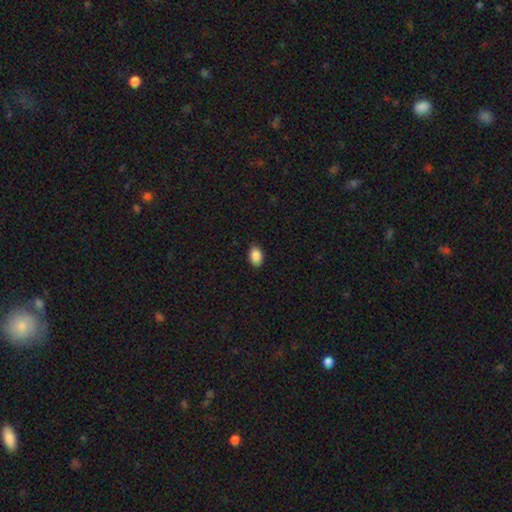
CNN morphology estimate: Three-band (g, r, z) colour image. It shows a smooth galaxy with no disk features (89%) that is in between round and cigar-shaped (88%). Merging: none (88%).